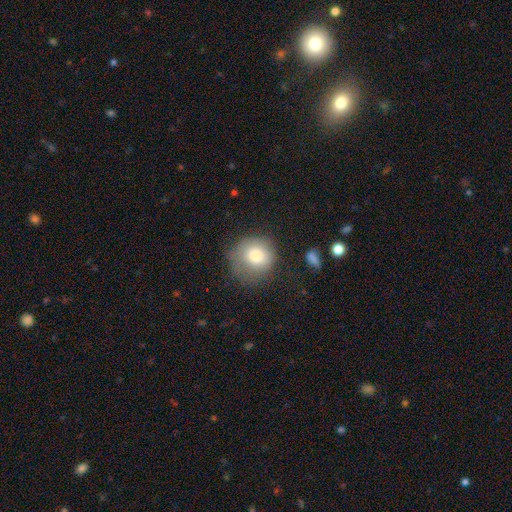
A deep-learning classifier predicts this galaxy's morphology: The model was most divided on "merging": none: 54%, minor disturbance: 29%, major disturbance: 14%, merger: 3%. More confident: how rounded — round (86%); smooth or featured — smooth (80%).